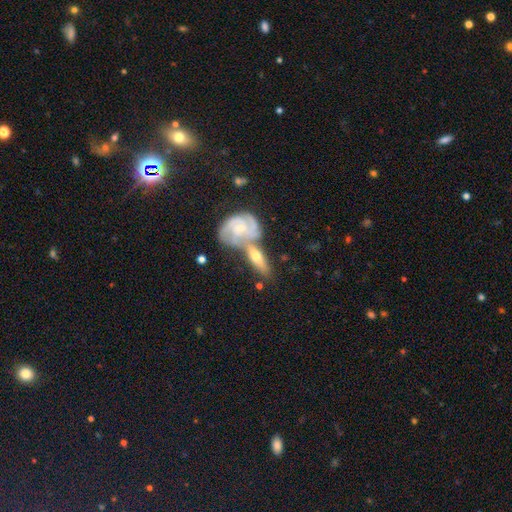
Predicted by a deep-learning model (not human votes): Smooth or featured? featured or disk (66%)
Edge-on disk? no (73%)
Merging? merger (43%)